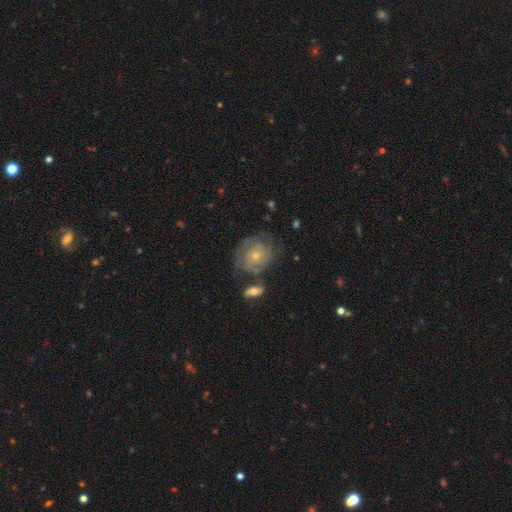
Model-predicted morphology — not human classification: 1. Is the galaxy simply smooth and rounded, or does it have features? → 72% featured or disk, 19% smooth, 10% star or artifact.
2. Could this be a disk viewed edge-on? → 97% no, 3% yes.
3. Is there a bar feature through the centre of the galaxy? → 80% no, 16% weak, 3% strong.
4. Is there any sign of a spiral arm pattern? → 88% yes, 12% no.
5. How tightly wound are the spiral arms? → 72% tight, 22% medium, 6% loose.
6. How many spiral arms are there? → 43% can't tell, 26% 2, 15% 3, 7% 4, 5% 1, 5% more than 4.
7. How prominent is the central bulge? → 64% small, 32% moderate, 2% large, 2% none, 1% dominant.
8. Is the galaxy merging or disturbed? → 66% none, 17% minor disturbance, 9% merger, 8% major disturbance.